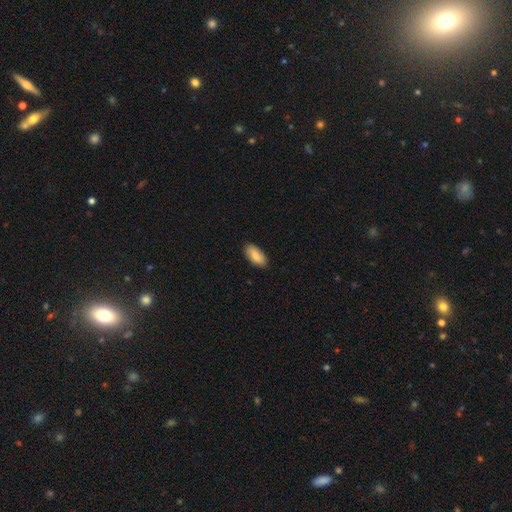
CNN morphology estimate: A smooth galaxy with no disk features (85%) that is in between round and cigar-shaped (91%). Merging: none (87%).